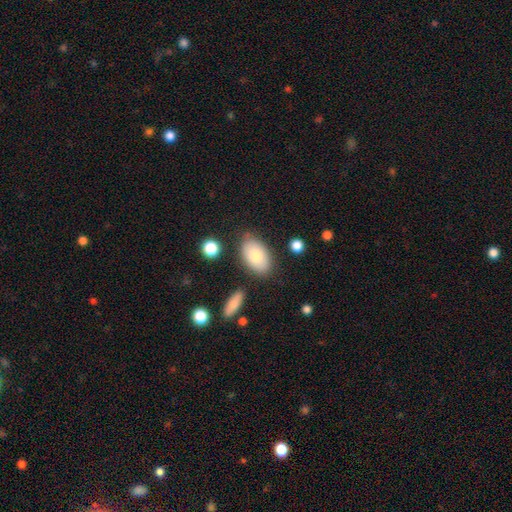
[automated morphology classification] This is likely a smooth galaxy (76%). How rounded: clearly in between (91%). Merging: likely none (76%).